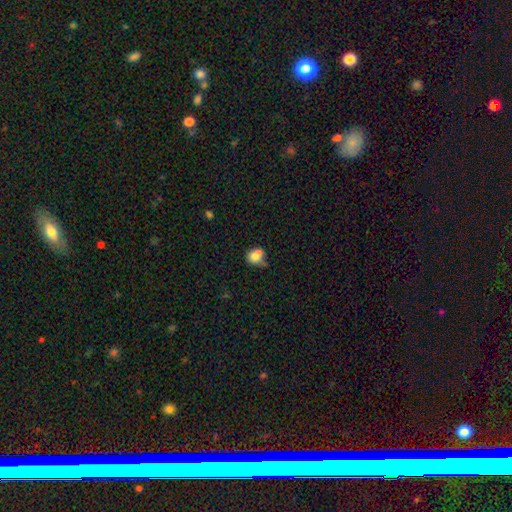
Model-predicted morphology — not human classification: Q: Smooth or featured?
A: smooth (76%); runner-up: featured or disk (14%)
Q: How rounded?
A: round (59%); runner-up: in between (40%)
Q: Merging?
A: none (41%); runner-up: merger (27%)